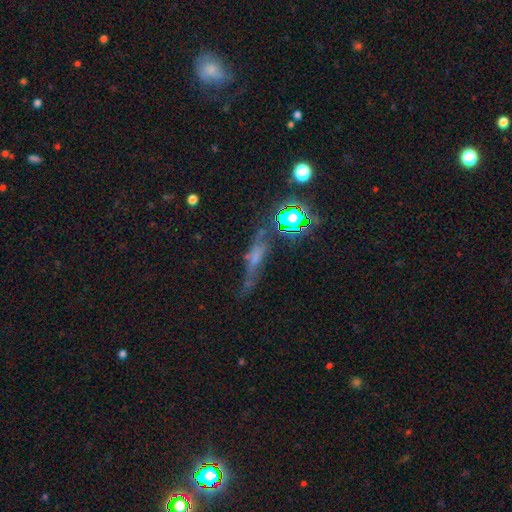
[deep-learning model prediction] Smooth or featured? Predicted: smooth (p=0.38). Merging? Predicted: none (p=0.52).